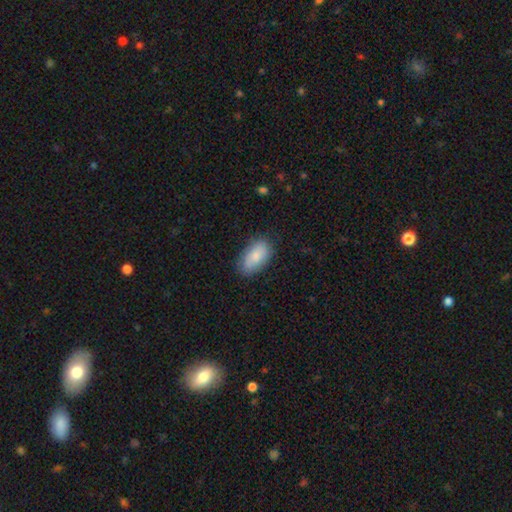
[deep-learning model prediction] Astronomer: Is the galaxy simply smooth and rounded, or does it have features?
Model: smooth — 79%.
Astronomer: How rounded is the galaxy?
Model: in between — 93%.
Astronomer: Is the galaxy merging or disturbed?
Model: none — 79%.